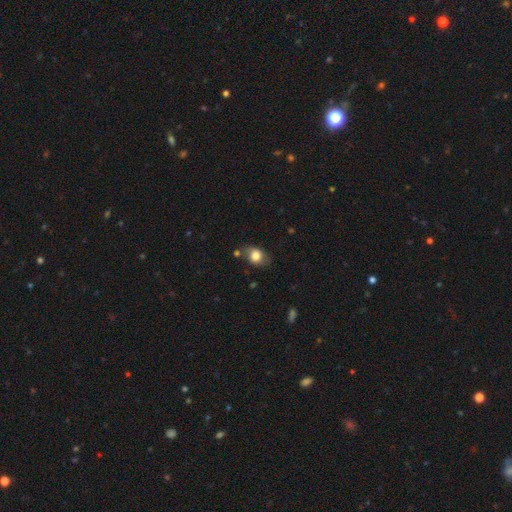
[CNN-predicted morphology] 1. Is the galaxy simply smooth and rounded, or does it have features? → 78% smooth, 13% featured or disk, 9% star or artifact.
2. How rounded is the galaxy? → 63% in between, 35% round, 1% cigar-shaped.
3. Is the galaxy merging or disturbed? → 68% none, 21% minor disturbance, 6% merger, 6% major disturbance.